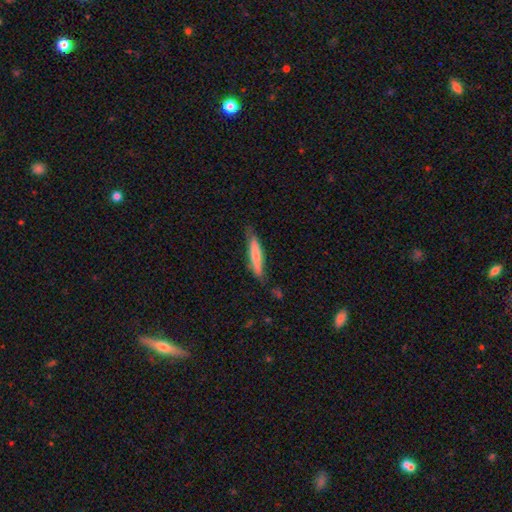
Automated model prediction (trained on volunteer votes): Smooth or featured? Predicted: smooth (p=0.65). How rounded? Predicted: cigar-shaped (p=0.87). Merging? Predicted: none (p=0.74).